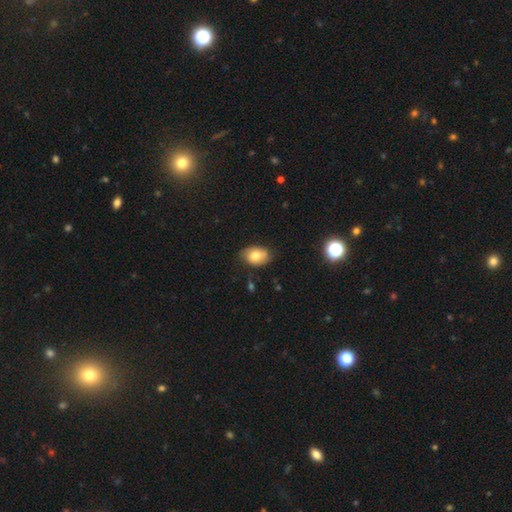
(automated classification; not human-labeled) Overall: smooth (75%). How rounded: in between (82%). Merging: none (74%).